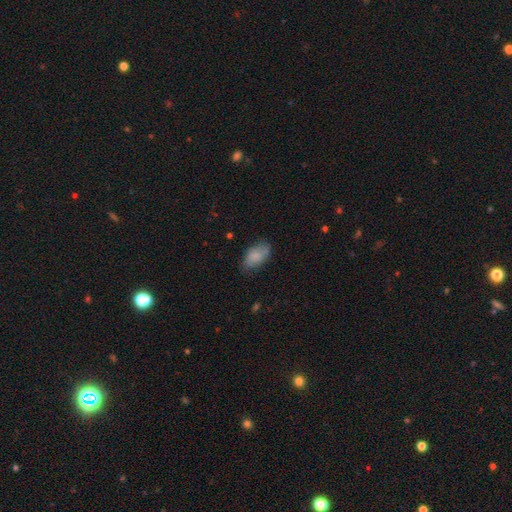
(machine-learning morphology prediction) type=smooth (78%); roundness=in between (93%); merging=none (67%).